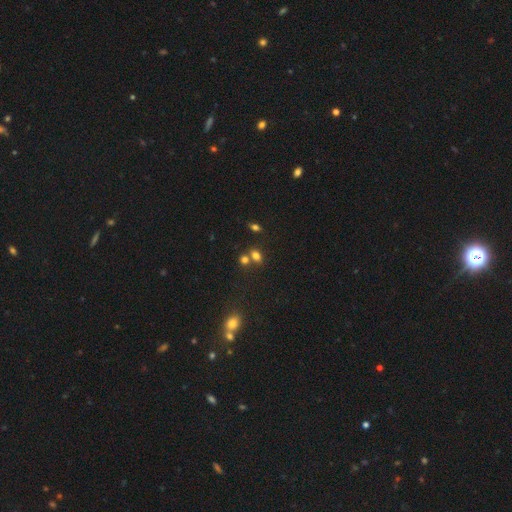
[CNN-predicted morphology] This appears to be a smooth galaxy with no disk features (74%) that is in between round and cigar-shaped (64%). Merging: none (51%).